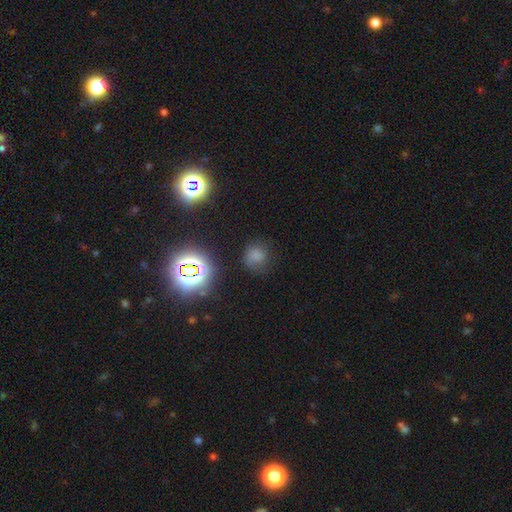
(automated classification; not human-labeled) Smooth or featured?
  - smooth: 67% *
  - star or artifact: 25%
  - featured or disk: 8%
How rounded?
  - round: 83% *
  - in between: 16%
  - cigar-shaped: 1%
Merging?
  - none: 71% *
  - minor disturbance: 18%
  - major disturbance: 8%
  - merger: 3%